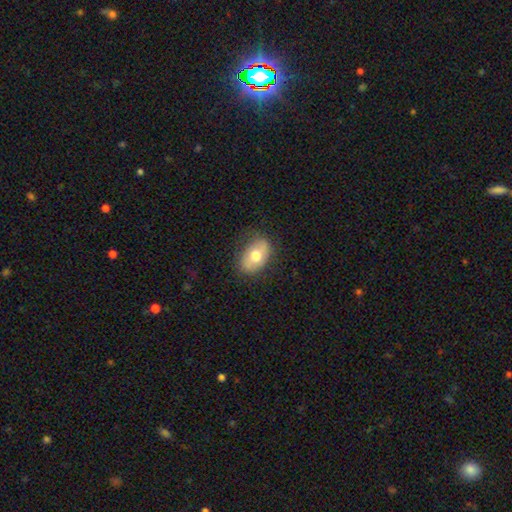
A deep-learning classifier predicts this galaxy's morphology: This is likely a smooth galaxy (67%). How rounded: clearly in between (86%). Merging: likely none (77%).